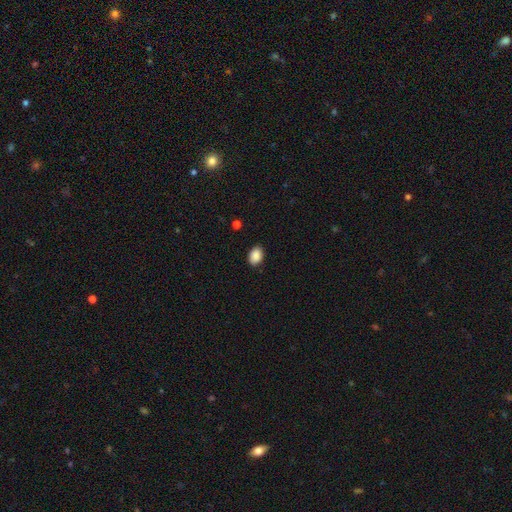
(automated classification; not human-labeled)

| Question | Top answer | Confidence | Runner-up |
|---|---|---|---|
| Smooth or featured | smooth | 88% | star or artifact (8%) |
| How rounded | in between | 79% | round (20%) |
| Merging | none | 88% | minor disturbance (9%) |